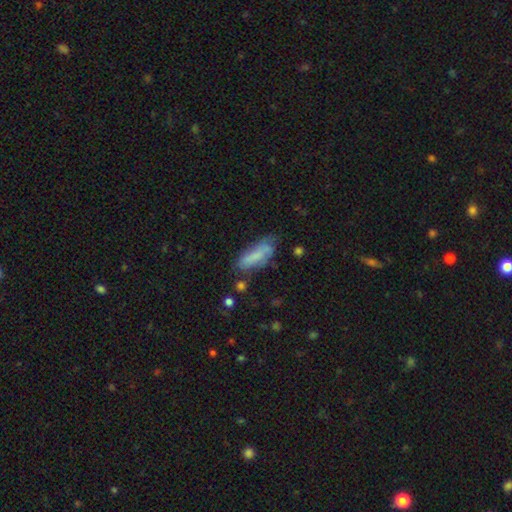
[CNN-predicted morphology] This is likely a smooth galaxy (69%). How rounded: possibly in between (59%). Merging: possibly none (51%).